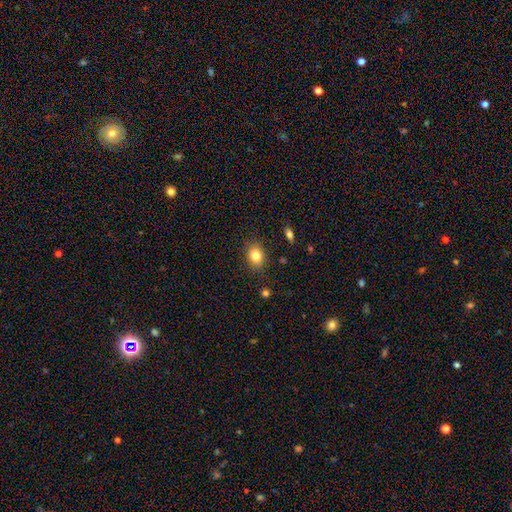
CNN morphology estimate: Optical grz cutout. It shows a smooth galaxy with no disk features (83%) that is in between round and cigar-shaped (53%). Merging: none (86%).